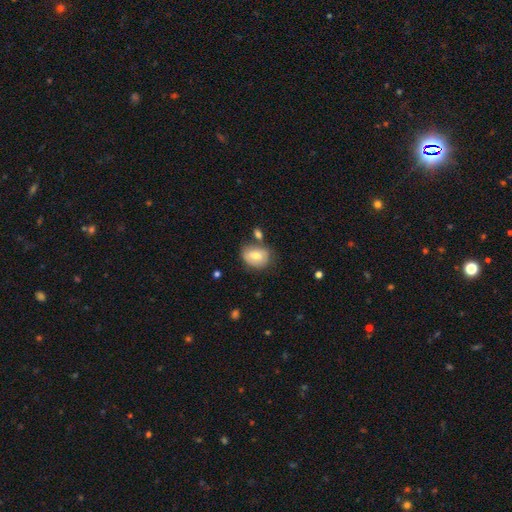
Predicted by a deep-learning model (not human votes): Morphology: type=smooth (65%); roundness=in between (60%); merging=none (61%).